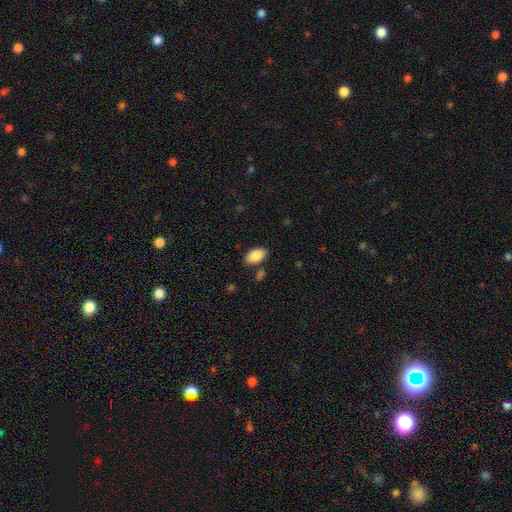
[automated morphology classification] Q: Smooth or featured?
A: smooth (88%); runner-up: star or artifact (7%)
Q: How rounded?
A: in between (94%); runner-up: round (3%)
Q: Merging?
A: none (81%); runner-up: minor disturbance (12%)